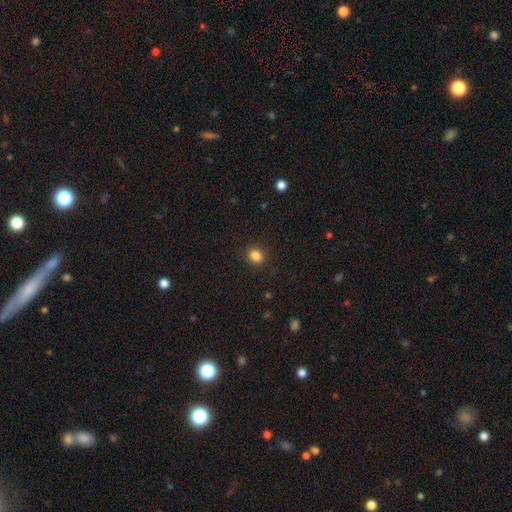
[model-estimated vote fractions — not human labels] smooth-or-featured: smooth: 85% | star or artifact: 11% | featured or disk: 4%
  how-rounded: round: 69% | in between: 30% | cigar-shaped: 1%
  merging: none: 90% | minor disturbance: 7% | major disturbance: 2% | merger: 1%